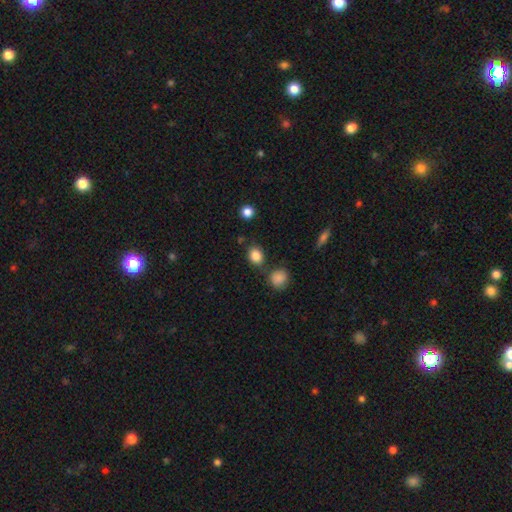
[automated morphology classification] smooth-or-featured: smooth: 85% | star or artifact: 10% | featured or disk: 4%
  how-rounded: round: 52% | in between: 47% | cigar-shaped: 1%
  merging: none: 74% | minor disturbance: 12% | merger: 10% | major disturbance: 4%